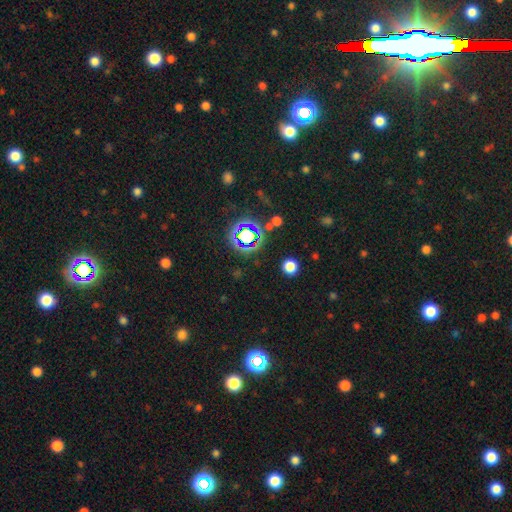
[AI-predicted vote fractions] smooth_or_featured: star or artifact (p=0.78) [alt: smooth p=0.15]